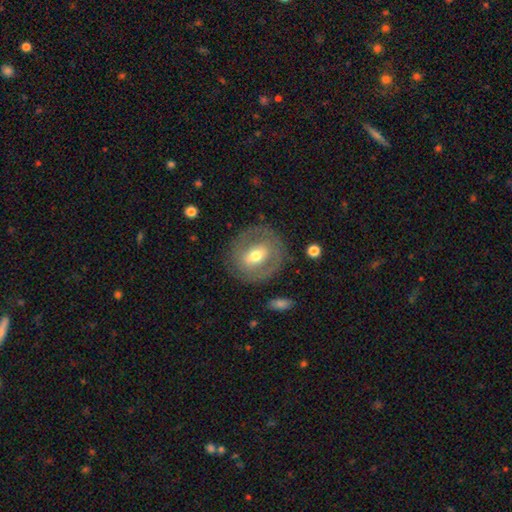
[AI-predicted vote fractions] A featured or disk galaxy (61%) with a weak bar (44%), no spiral arms (51%) and a moderate central bulge (71%). Merging: none (79%).